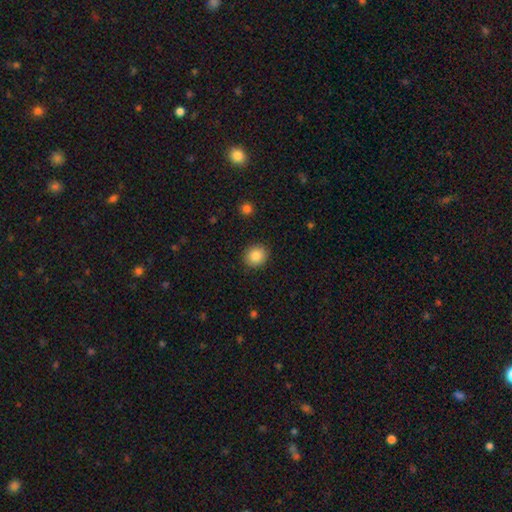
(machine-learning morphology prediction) A smooth galaxy with no disk features (86%) that is round (76%). Merging: none (89%).